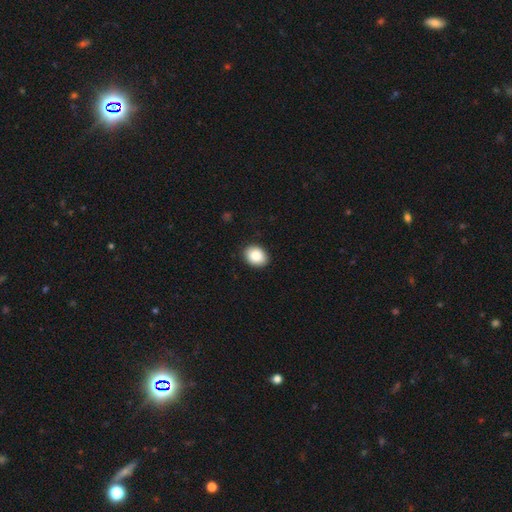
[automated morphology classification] type=smooth (88%); roundness=in between (59%); merging=none (89%).